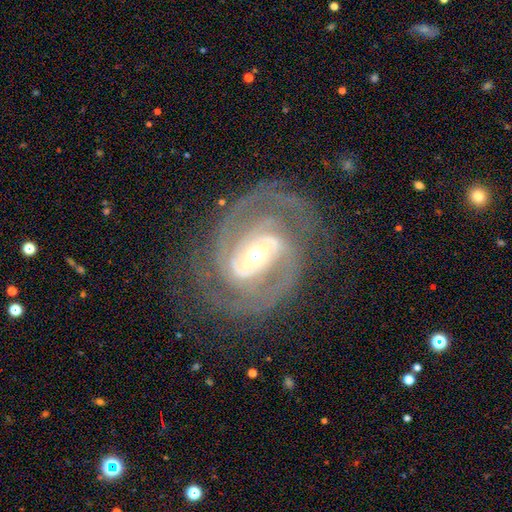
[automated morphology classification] Smooth or featured? Predicted: featured or disk (p=0.92). Edge-on disk? Predicted: no (p=0.97). Bar? Predicted: strong (p=0.47). Spiral arms? Predicted: yes (p=0.98). Spiral winding? Predicted: tight (p=0.56). Spiral arm count? Predicted: 2 (p=0.73). Bulge size? Predicted: moderate (p=0.55). Merging? Predicted: none (p=0.76).